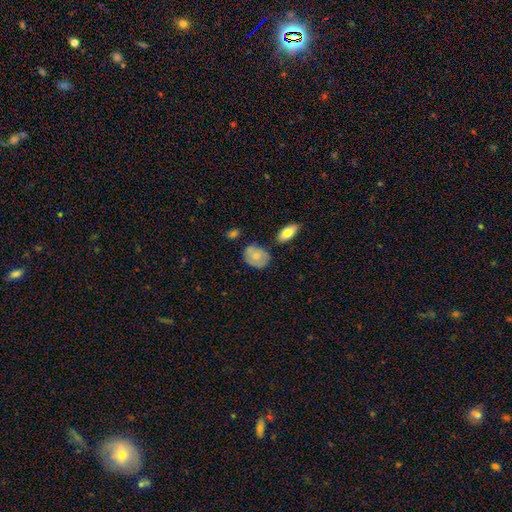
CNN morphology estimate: Overall: smooth (68%). How rounded: in between (59%; round 40%). Merging: none (65%).